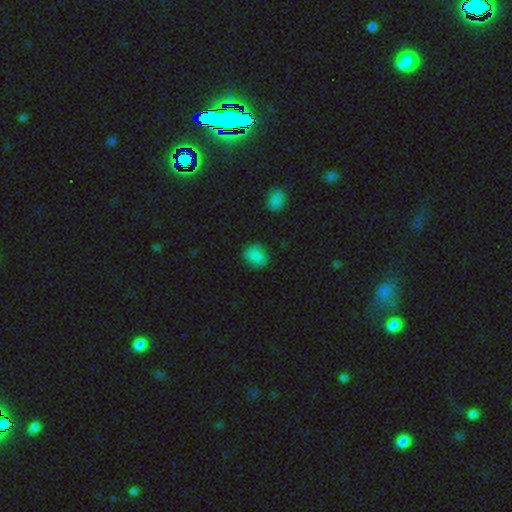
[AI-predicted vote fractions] A smooth galaxy with no disk features (79%) that is round (62%).

Vote fractions:
- Smooth or featured? smooth: 79% / star or artifact: 12% / featured or disk: 9%
- How rounded? round: 62% / in between: 36% / cigar-shaped: 1%
- Merging? none: 68% / minor disturbance: 23% / major disturbance: 7% / merger: 2%